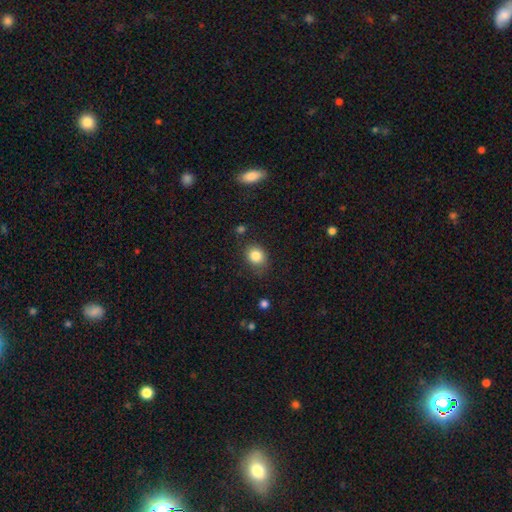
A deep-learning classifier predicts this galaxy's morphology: type=smooth (83%); roundness=round (61%); merging=none (76%).